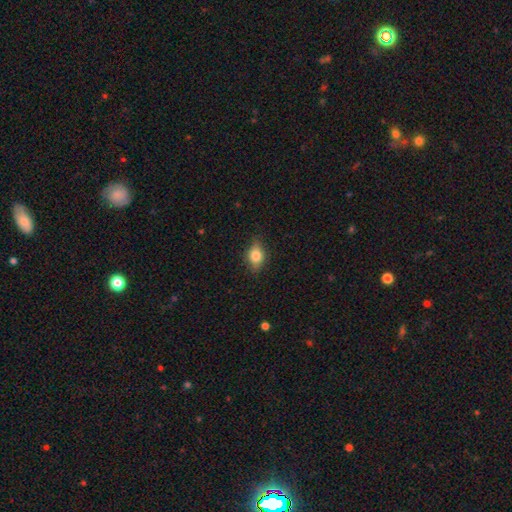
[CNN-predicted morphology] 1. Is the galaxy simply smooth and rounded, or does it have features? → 74% smooth, 17% featured or disk, 9% star or artifact.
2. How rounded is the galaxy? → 73% in between, 22% round, 5% cigar-shaped.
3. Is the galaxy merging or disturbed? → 79% none, 17% minor disturbance, 3% major disturbance, 1% merger.